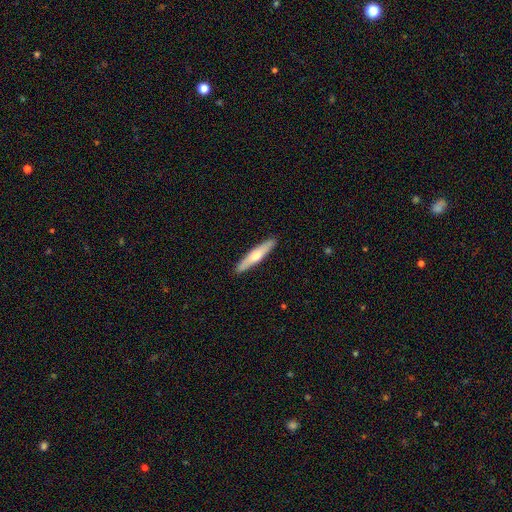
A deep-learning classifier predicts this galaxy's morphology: This is possibly a smooth galaxy (51%). How rounded: clearly cigar-shaped (89%). Merging: clearly none (91%).